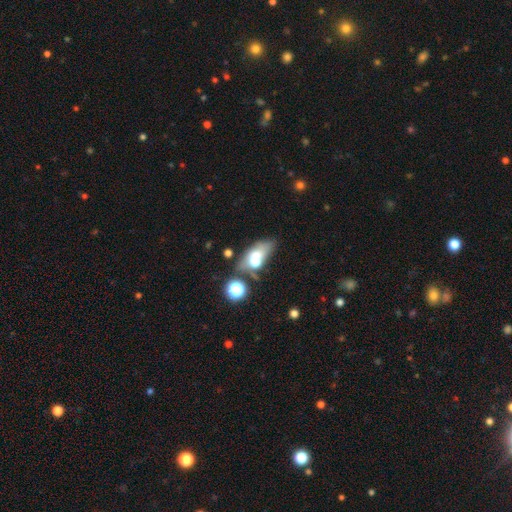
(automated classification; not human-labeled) Smooth or featured?
  - smooth: 56% *
  - featured or disk: 31%
  - star or artifact: 14%
How rounded?
  - in between: 77% *
  - round: 14%
  - cigar-shaped: 8%
Merging?
  - none: 39% *
  - merger: 30%
  - minor disturbance: 18%
  - major disturbance: 13%